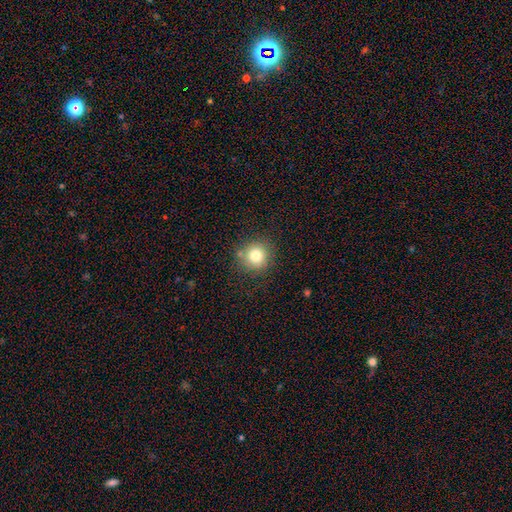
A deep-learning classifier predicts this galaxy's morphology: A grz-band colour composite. It shows a smooth galaxy with no disk features (80%) that is round (92%). Merging: none (81%).